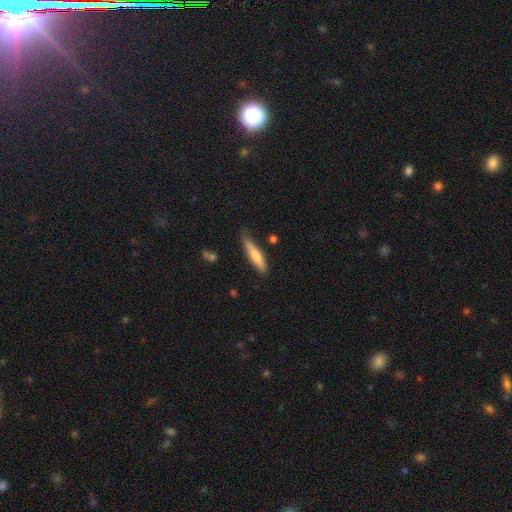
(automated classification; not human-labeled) Morphology: type=smooth (73%); roundness=cigar-shaped (82%); merging=none (64%).